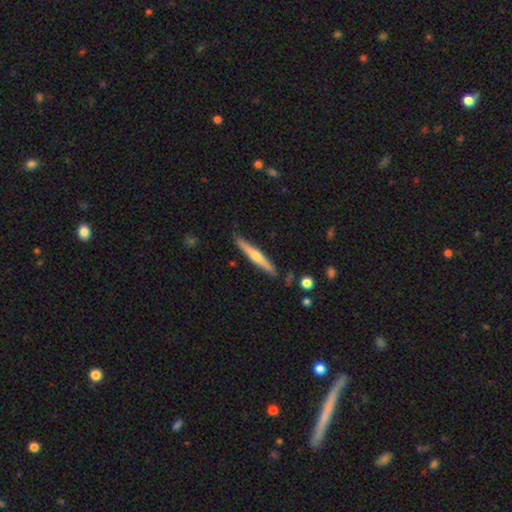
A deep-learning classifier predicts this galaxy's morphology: A featured or disk galaxy (58%) viewed edge-on (96%) with a rounded central bulge (78%).

Vote fractions:
- Smooth or featured? featured or disk: 58% / smooth: 37% / star or artifact: 5%
- Edge-on disk? yes: 96% / no: 4%
- Edge-on bulge? rounded: 78% / none: 17% / boxy: 5%
- Merging? none: 86% / minor disturbance: 10% / merger: 2% / major disturbance: 2%